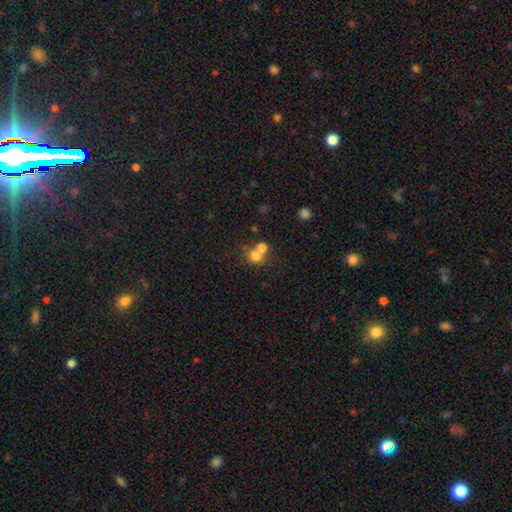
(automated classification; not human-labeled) A smooth galaxy with no disk features (74%) that is round (75%).

Vote fractions:
- Smooth or featured? smooth: 74% / star or artifact: 14% / featured or disk: 12%
- How rounded? round: 75% / in between: 24% / cigar-shaped: 1%
- Merging? merger: 50% / none: 39% / minor disturbance: 7% / major disturbance: 4%